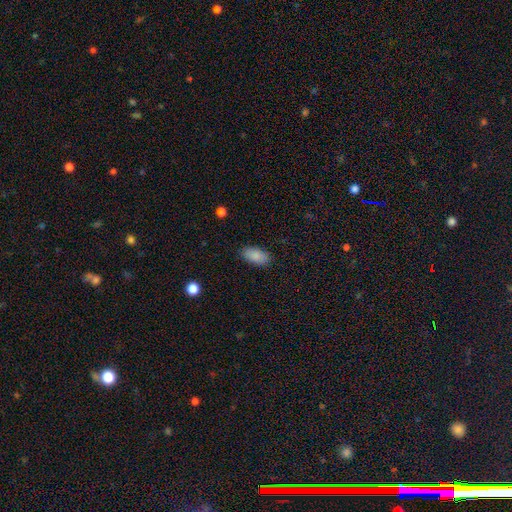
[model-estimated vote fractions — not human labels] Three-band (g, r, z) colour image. It shows a smooth galaxy with no disk features (88%) that is in between round and cigar-shaped (93%). Merging: none (86%).